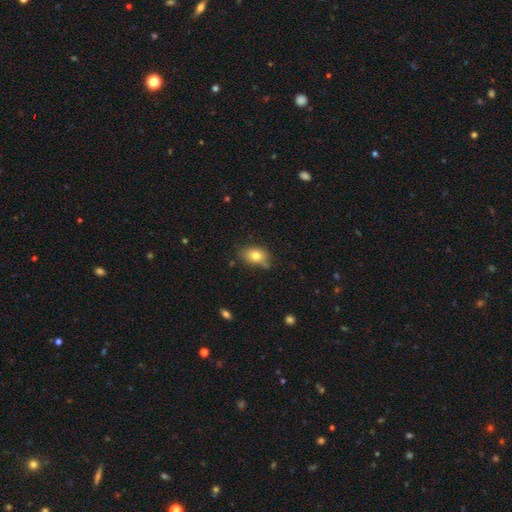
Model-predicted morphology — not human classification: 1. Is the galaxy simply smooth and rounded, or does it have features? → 78% smooth, 13% featured or disk, 9% star or artifact.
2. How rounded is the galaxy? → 80% in between, 18% round, 2% cigar-shaped.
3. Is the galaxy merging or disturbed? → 65% none, 27% minor disturbance, 5% major disturbance, 2% merger.